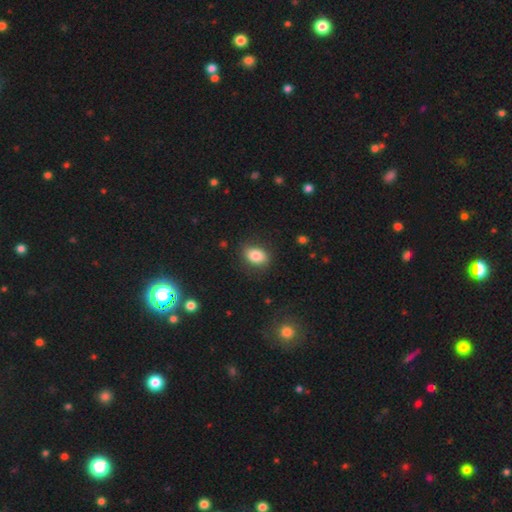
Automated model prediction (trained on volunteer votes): smooth_or_featured: smooth (p=0.83) [alt: featured or disk p=0.09]
how_rounded: in between (p=0.80) [alt: round p=0.18]
merging: none (p=0.82) [alt: minor disturbance p=0.13]